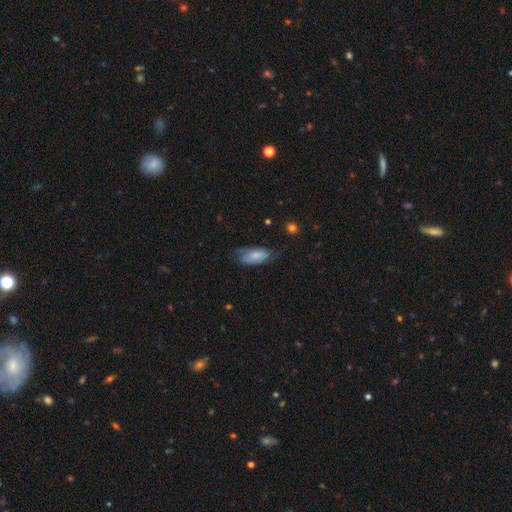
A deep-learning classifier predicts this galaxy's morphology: A smooth galaxy with no disk features (61%) that is in between round and cigar-shaped (88%).

Vote fractions:
- Smooth or featured? smooth: 61% / featured or disk: 32% / star or artifact: 7%
- How rounded? in between: 88% / cigar-shaped: 10% / round: 3%
- Merging? none: 53% / minor disturbance: 30% / major disturbance: 15% / merger: 2%